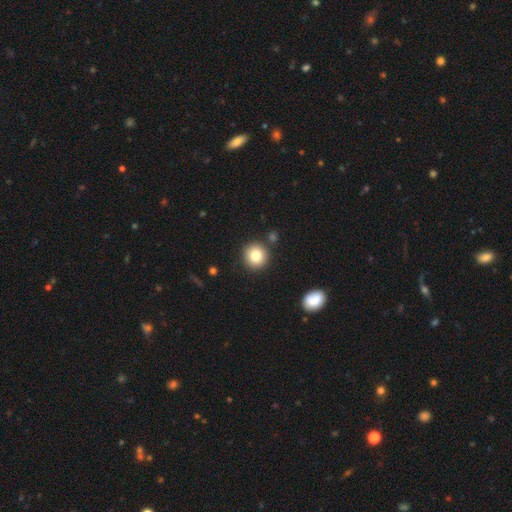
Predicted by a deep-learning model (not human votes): Overall: smooth (81%). How rounded: round (92%). Merging: none (86%).